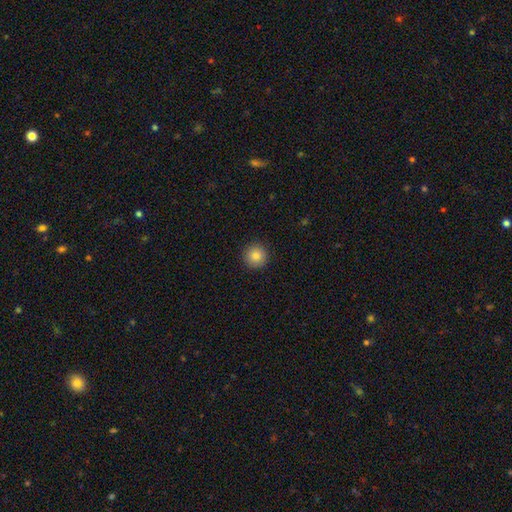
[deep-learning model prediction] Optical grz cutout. It shows a smooth galaxy with no disk features (85%) that is round (95%). Merging: none (92%).